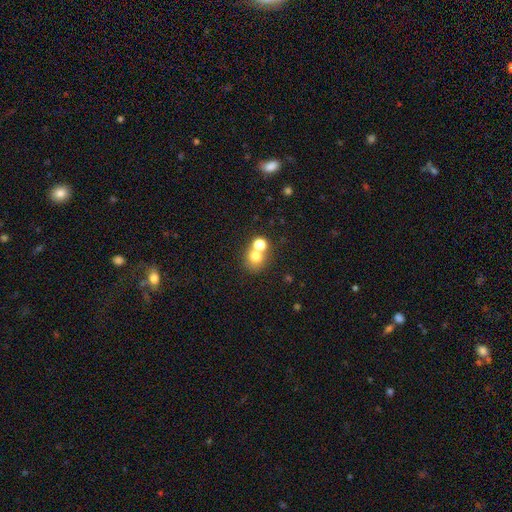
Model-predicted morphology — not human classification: A smooth galaxy with no disk features (71%) that is round (80%). Merging: none (47%).